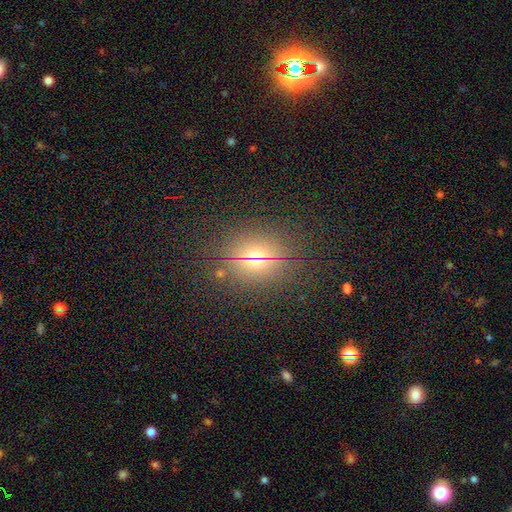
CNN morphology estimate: Smooth or featured: smooth — 47% (star or artifact — 36%)
Merging: none — 85% (minor disturbance — 8%)